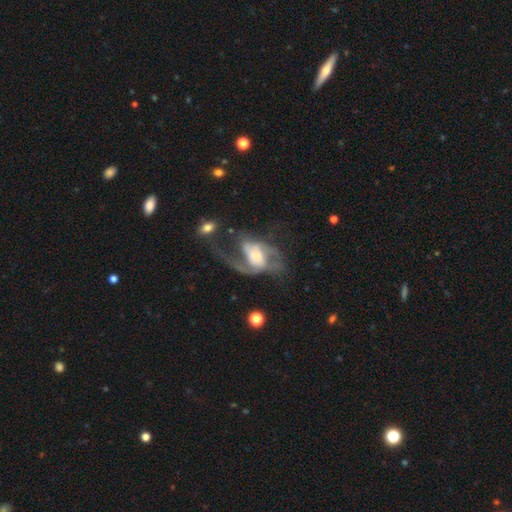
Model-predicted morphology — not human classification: The model was most divided on "bulge size": moderate: 37%, large: 26%, small: 25%, none: 7%, dominant: 4%. Remaining: edge-on disk — no (96%); spiral arms — yes (85%); smooth or featured — featured or disk (77%); merging — major disturbance (58%); spiral winding — loose (52%); bar — no (50%); spiral arm count — 2 (48%).